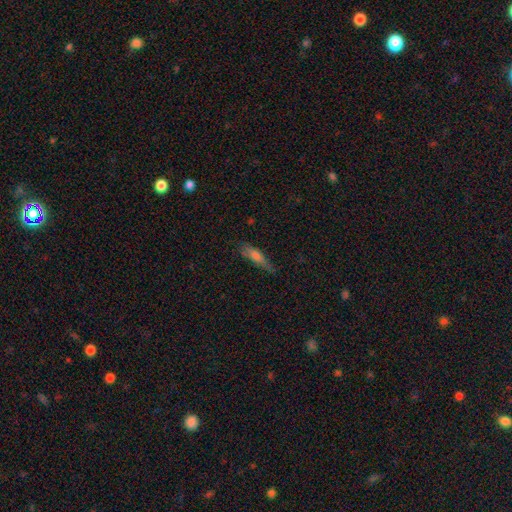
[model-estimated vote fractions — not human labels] Morphology: type=smooth (58%); roundness=cigar-shaped (76%); merging=none (66%).